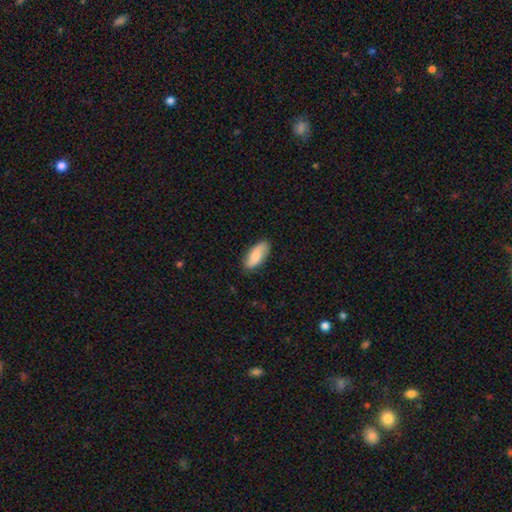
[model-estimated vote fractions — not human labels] Morphology: type=smooth (74%); roundness=in between (84%); merging=none (83%).